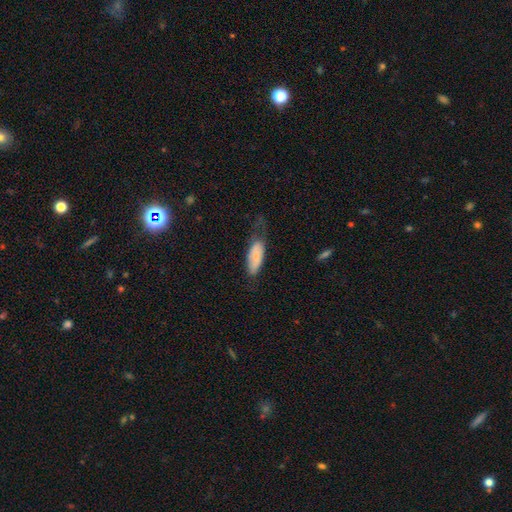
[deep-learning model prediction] Smooth or featured? smooth (73%)
How rounded? in between (75%)
Merging? minor disturbance (35%)